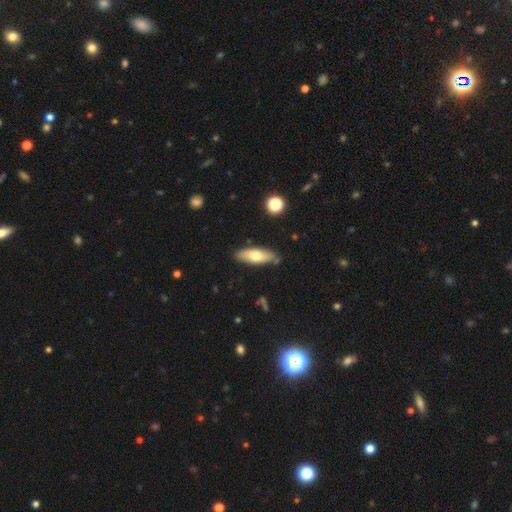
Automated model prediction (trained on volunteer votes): Smooth or featured: smooth — 65% (featured or disk — 29%)
How rounded: in between — 62% (cigar-shaped — 36%)
Merging: none — 81% (minor disturbance — 13%)